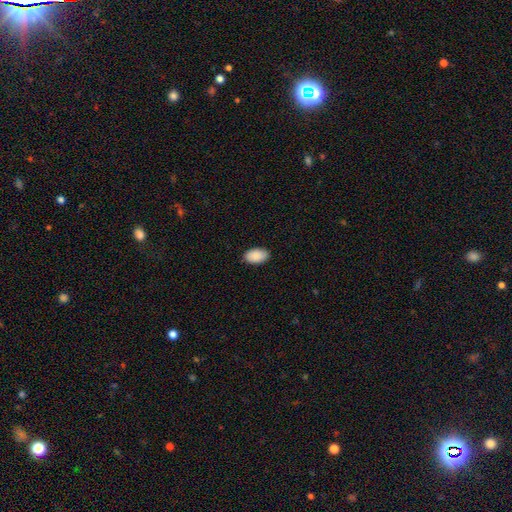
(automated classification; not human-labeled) smooth_or_featured: smooth (p=0.91) [alt: star or artifact p=0.06]
how_rounded: in between (p=0.94) [alt: round p=0.05]
merging: none (p=0.87) [alt: minor disturbance p=0.10]